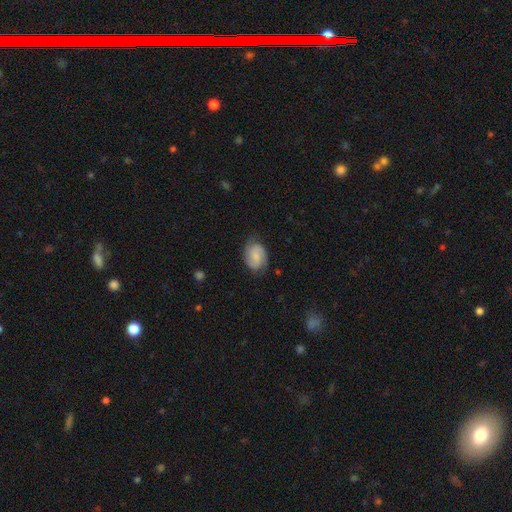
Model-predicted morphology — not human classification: This is possibly a featured or disk galaxy (51%). It is clearly not viewed edge-on (97%). Merging: likely none (71%).